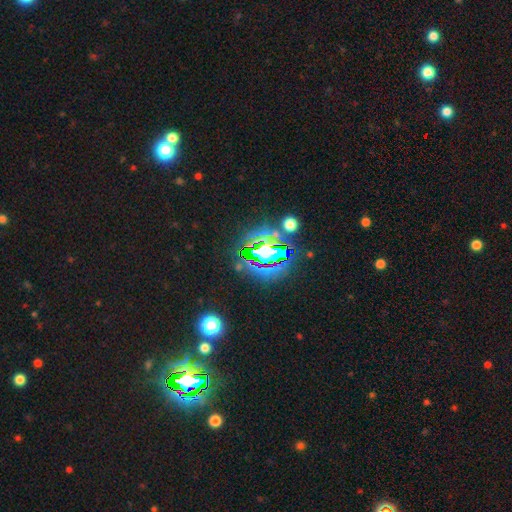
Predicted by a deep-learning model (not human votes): The model was most divided on "smooth or featured": star or artifact: 81%, smooth: 11%, featured or disk: 8%.